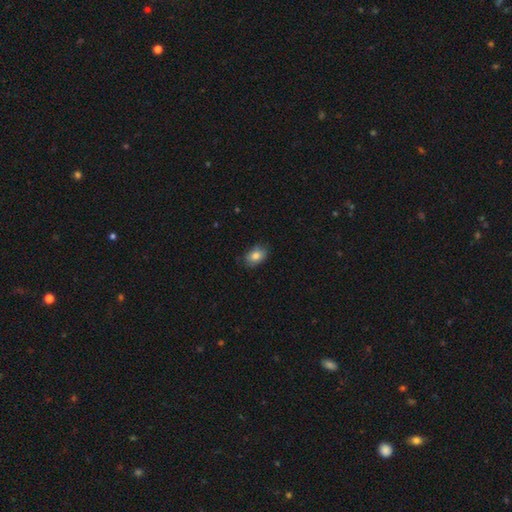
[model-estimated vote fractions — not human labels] A smooth galaxy with no disk features (83%) that is in between round and cigar-shaped (82%). Merging: none (79%).